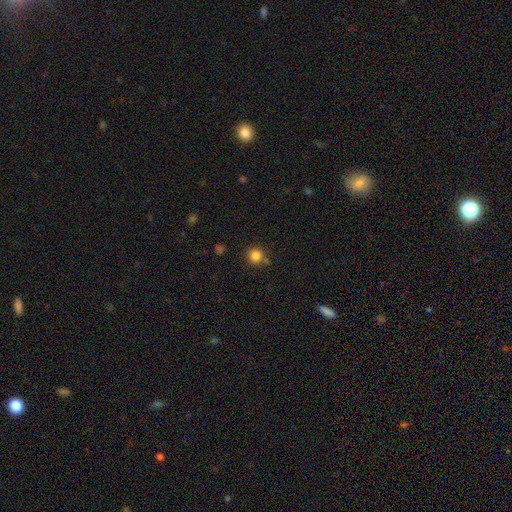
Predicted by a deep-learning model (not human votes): Smooth or featured?
  - smooth: 83% *
  - star or artifact: 12%
  - featured or disk: 5%
How rounded?
  - round: 93% *
  - in between: 6%
  - cigar-shaped: 1%
Merging?
  - none: 79% *
  - minor disturbance: 11%
  - merger: 7%
  - major disturbance: 3%